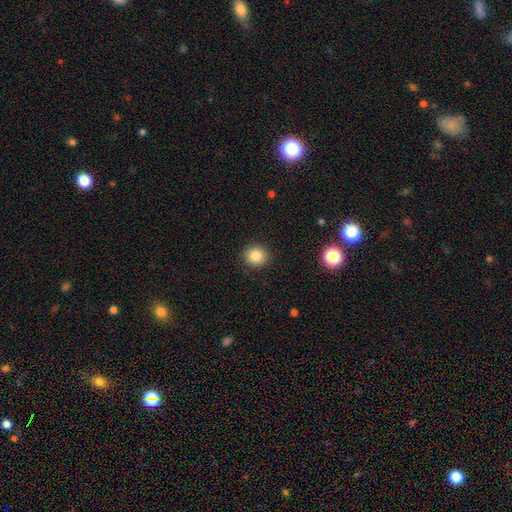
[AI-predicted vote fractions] Q: Smooth or featured?
A: smooth (83%); runner-up: star or artifact (10%)
Q: How rounded?
A: round (84%); runner-up: in between (15%)
Q: Merging?
A: none (91%); runner-up: minor disturbance (6%)